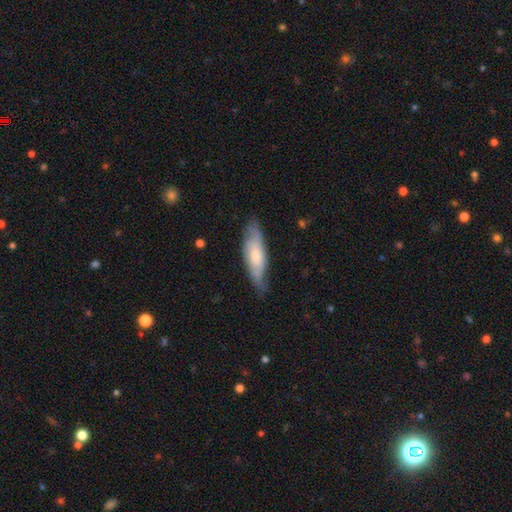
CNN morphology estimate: The model was most divided on "how rounded": cigar-shaped: 53%, in between: 45%, round: 2%. More confident: merging — none (71%); smooth or featured — smooth (52%).